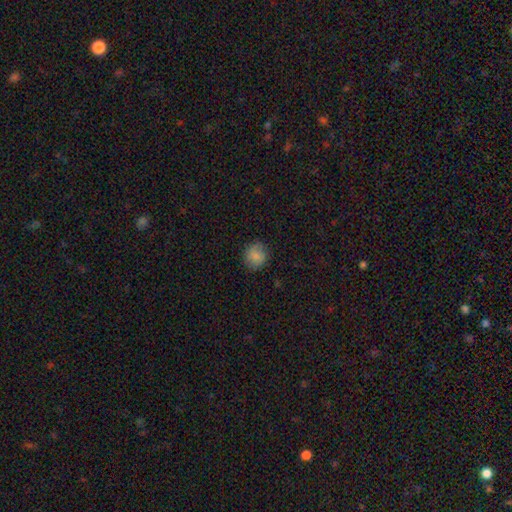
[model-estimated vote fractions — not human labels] The model was most divided on "how rounded": round: 82%, in between: 17%, cigar-shaped: 1%. More confident: smooth or featured — smooth (81%); merging — none (81%).